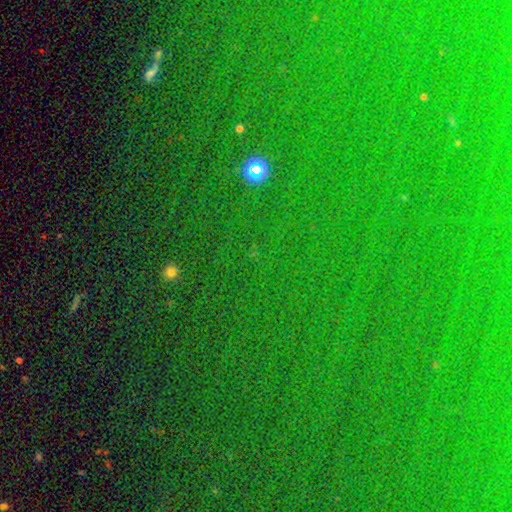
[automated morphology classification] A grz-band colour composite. It shows a star or artifact, not a galaxy (78%).